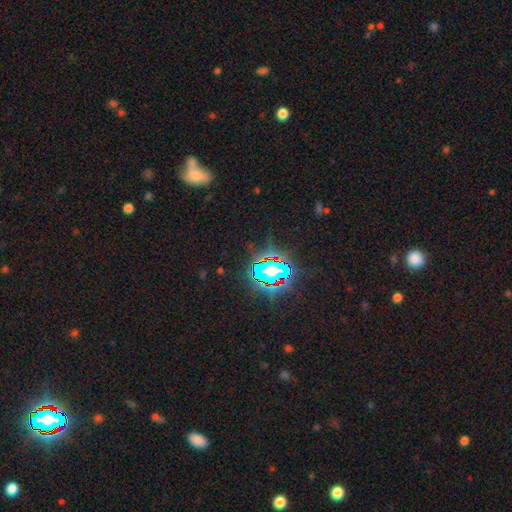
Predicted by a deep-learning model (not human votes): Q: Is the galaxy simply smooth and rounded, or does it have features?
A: star or artifact — 79%.